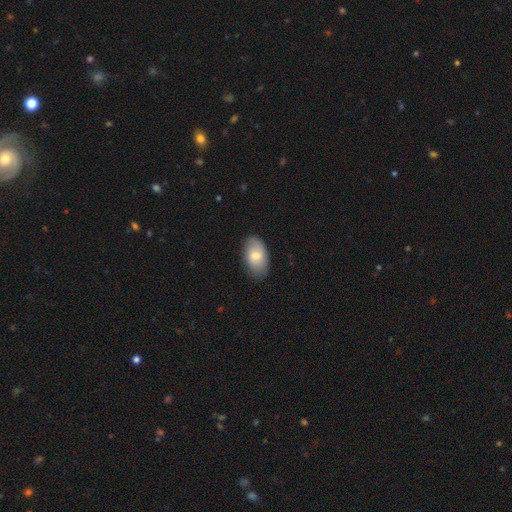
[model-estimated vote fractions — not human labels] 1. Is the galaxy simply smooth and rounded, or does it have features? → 74% smooth, 20% featured or disk, 6% star or artifact.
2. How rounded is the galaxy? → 94% in between, 4% round, 2% cigar-shaped.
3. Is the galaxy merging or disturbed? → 79% none, 17% minor disturbance, 3% major disturbance, 1% merger.